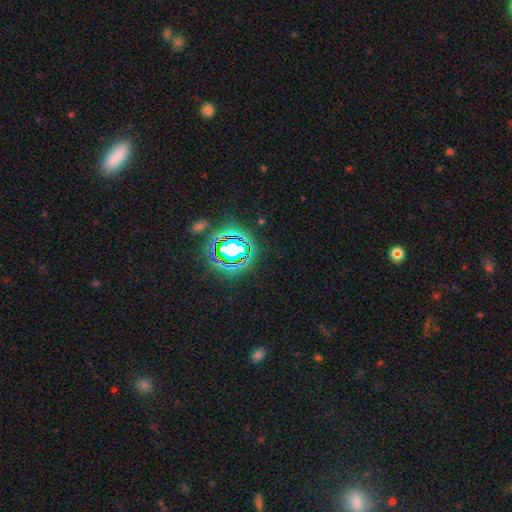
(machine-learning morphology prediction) Overall: star or artifact (77%).